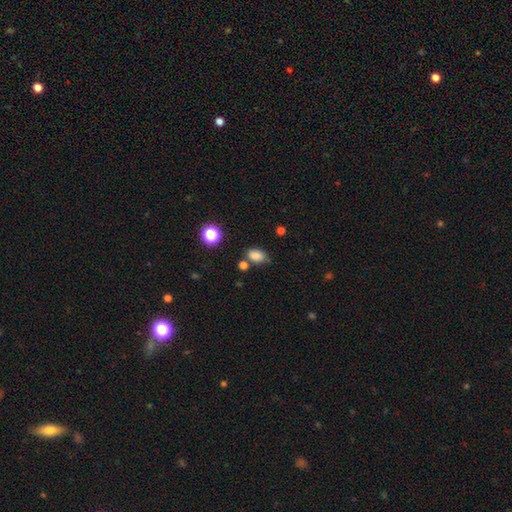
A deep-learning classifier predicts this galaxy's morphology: The model was most divided on "merging": none: 65%, minor disturbance: 20%, merger: 10%, major disturbance: 5%. More confident: smooth or featured — smooth (82%); how rounded — in between (79%).